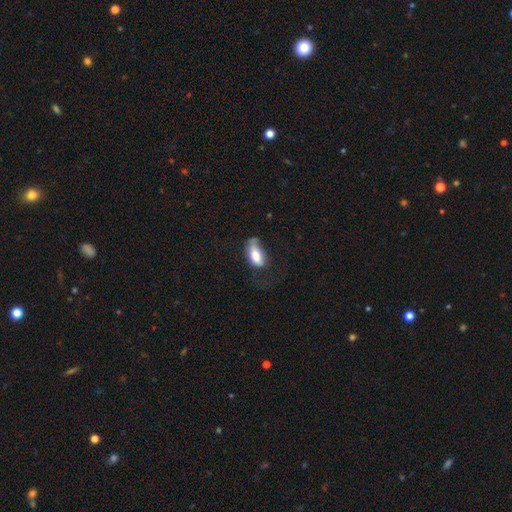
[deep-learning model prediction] This is likely a smooth galaxy (75%). How rounded: clearly in between (91%). Merging: marginally minor disturbance (33%).